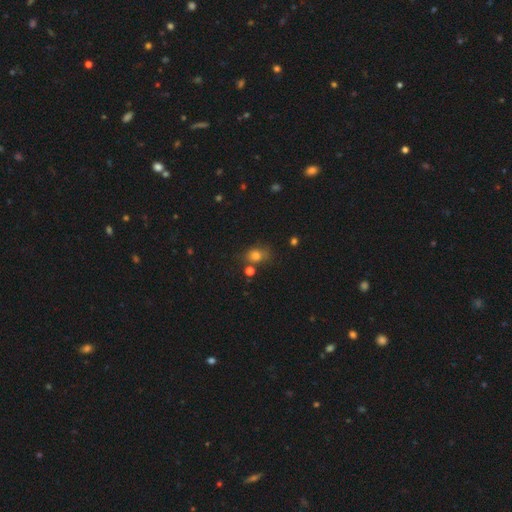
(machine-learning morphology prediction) A smooth galaxy with no disk features (77%) that is round (56%).

Vote fractions:
- Smooth or featured? smooth: 77% / star or artifact: 15% / featured or disk: 9%
- How rounded? round: 56% / in between: 43% / cigar-shaped: 1%
- Merging? none: 61% / minor disturbance: 20% / merger: 11% / major disturbance: 8%